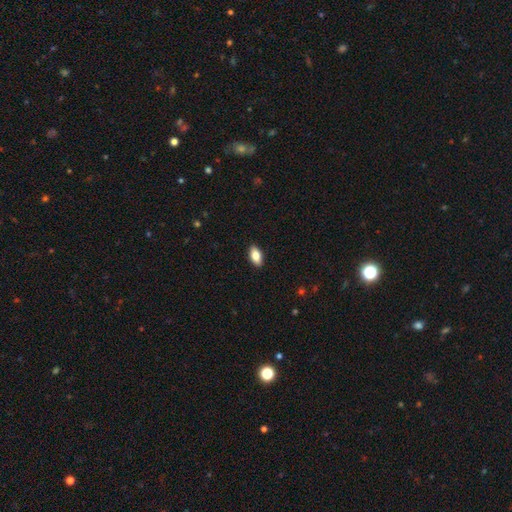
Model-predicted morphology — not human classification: smooth-or-featured: smooth: 80% | featured or disk: 13% | star or artifact: 7%
  how-rounded: in between: 90% | cigar-shaped: 6% | round: 3%
  merging: none: 90% | minor disturbance: 7% | major disturbance: 2% | merger: 1%